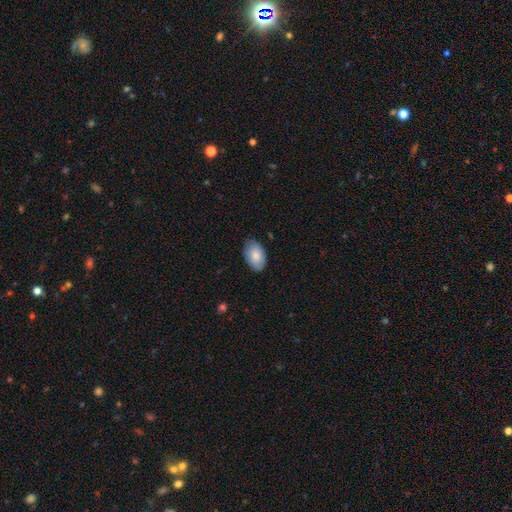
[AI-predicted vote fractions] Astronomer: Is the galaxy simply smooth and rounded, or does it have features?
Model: smooth — 83%.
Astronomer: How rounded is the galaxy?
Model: in between — 92%.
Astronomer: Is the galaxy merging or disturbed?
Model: none — 81%.